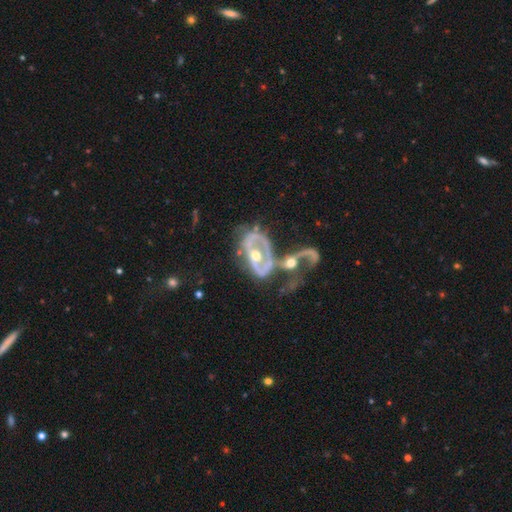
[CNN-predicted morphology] Smooth or featured? featured or disk (84%)
Edge-on disk? no (94%)
Bar? no (44%)
Spiral arms? yes (63%)
Bulge size? moderate (73%)
Merging? merger (47%)